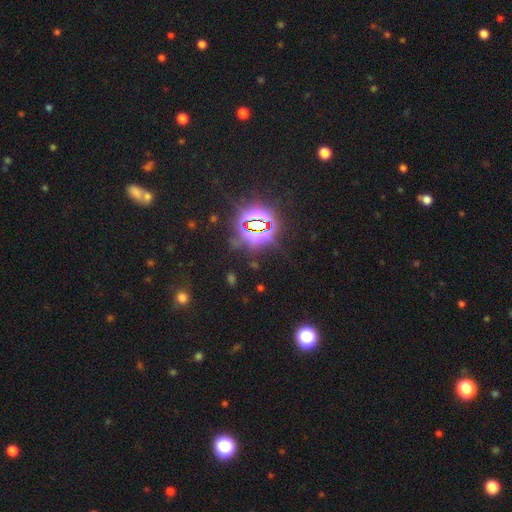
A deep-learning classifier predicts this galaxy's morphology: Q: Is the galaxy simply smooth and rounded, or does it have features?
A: star or artifact — 82%.